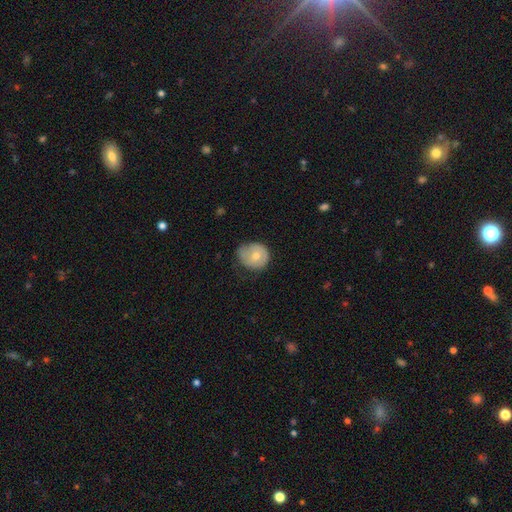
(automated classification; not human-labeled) This is likely a smooth galaxy (64%). How rounded: likely round (73%). Merging: possibly none (50%).